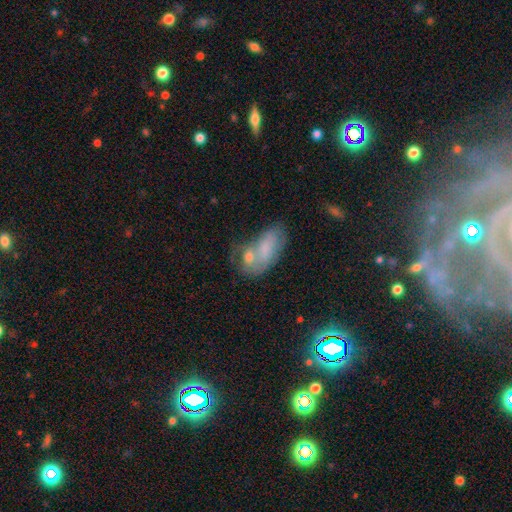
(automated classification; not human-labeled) Morphology: type=smooth (59%); roundness=in between (86%); merging=merger (40%).